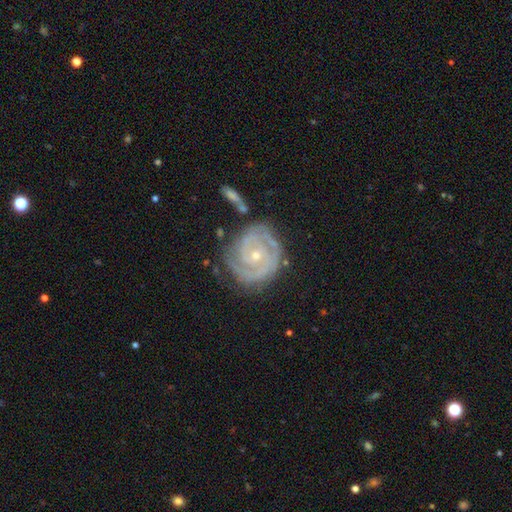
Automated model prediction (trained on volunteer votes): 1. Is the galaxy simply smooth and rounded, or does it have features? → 89% featured or disk, 5% smooth, 5% star or artifact.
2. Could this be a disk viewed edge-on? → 97% no, 3% yes.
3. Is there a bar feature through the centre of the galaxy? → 71% no, 22% weak, 7% strong.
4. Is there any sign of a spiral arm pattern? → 97% yes, 3% no.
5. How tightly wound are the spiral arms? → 80% tight, 17% medium, 3% loose.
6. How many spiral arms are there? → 55% 2, 19% 3, 13% can't tell, 5% 4, 4% 1, 4% more than 4.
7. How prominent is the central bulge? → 66% small, 31% moderate, 1% none, 1% large, 1% dominant.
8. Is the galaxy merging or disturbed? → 71% none, 18% minor disturbance, 6% major disturbance, 5% merger.